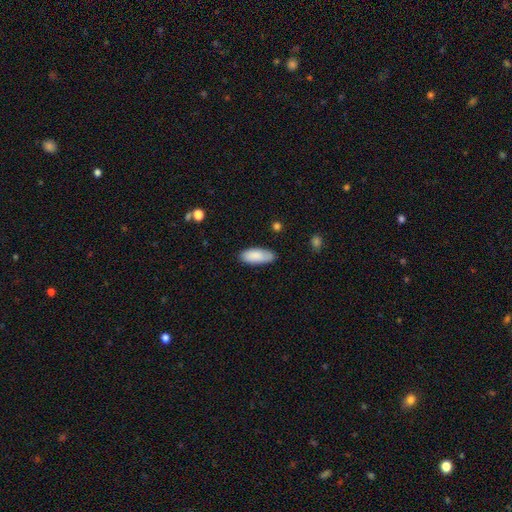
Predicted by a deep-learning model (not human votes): smooth-or-featured: smooth: 86% | featured or disk: 8% | star or artifact: 6%
  how-rounded: in between: 83% | cigar-shaped: 15% | round: 2%
  merging: none: 80% | minor disturbance: 16% | major disturbance: 3% | merger: 2%